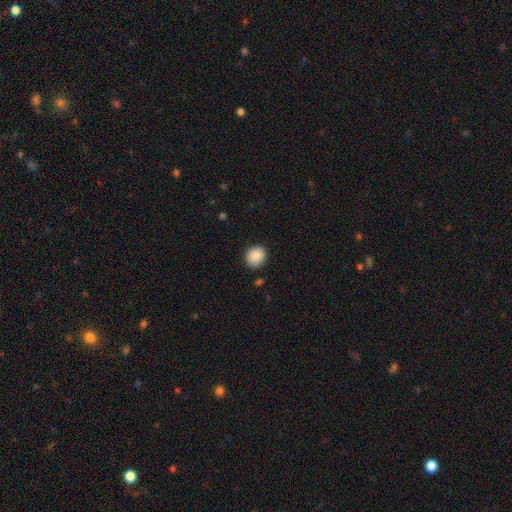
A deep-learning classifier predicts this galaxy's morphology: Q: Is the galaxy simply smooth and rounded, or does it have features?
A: smooth — 88%.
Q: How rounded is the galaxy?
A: round — 74%.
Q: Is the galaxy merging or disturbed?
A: none — 88%.